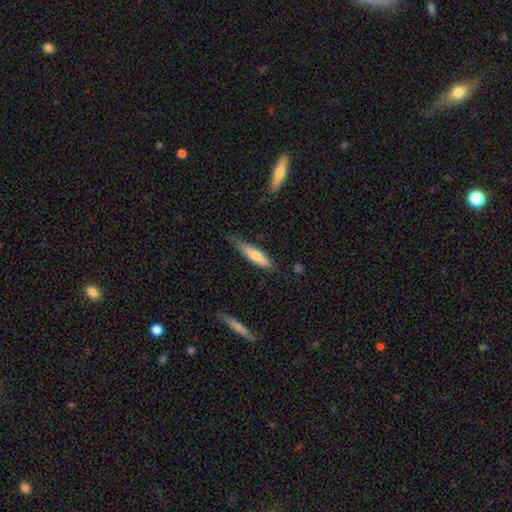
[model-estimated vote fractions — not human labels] Overall: smooth (69%). How rounded: cigar-shaped (81%). Merging: none (65%; minor disturbance 28%).